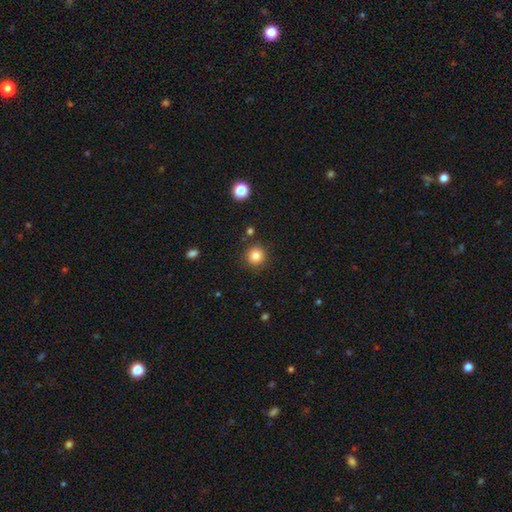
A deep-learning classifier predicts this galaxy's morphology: Overall: smooth (83%). How rounded: round (93%). Merging: none (88%).